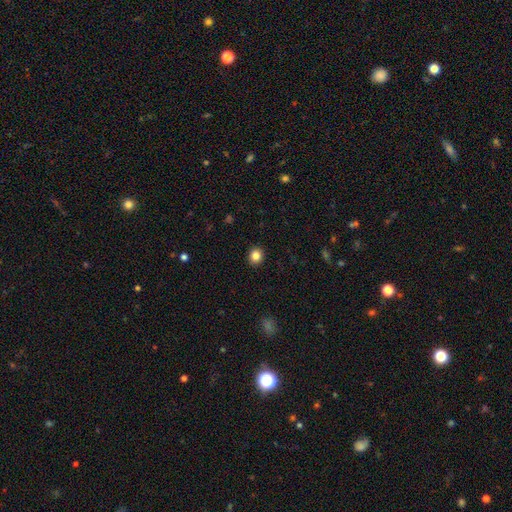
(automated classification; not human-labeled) Smooth or featured? smooth (84%)
How rounded? round (85%)
Merging? none (92%)